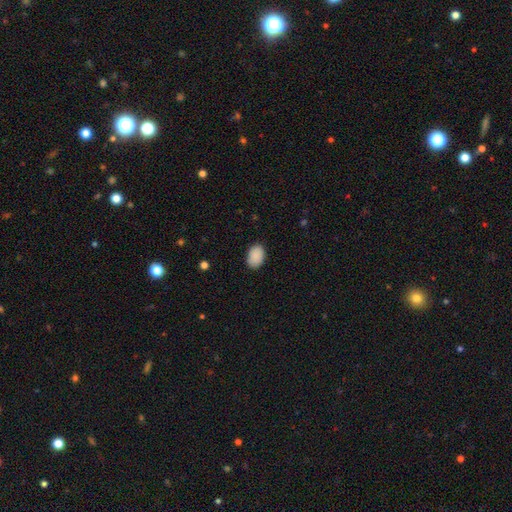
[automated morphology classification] smooth-or-featured: smooth: 90% | star or artifact: 7% | featured or disk: 3%
  how-rounded: in between: 85% | round: 14% | cigar-shaped: 1%
  merging: none: 86% | minor disturbance: 11% | major disturbance: 2% | merger: 1%